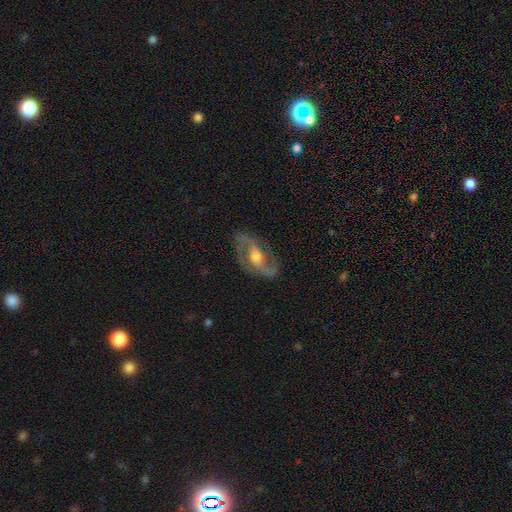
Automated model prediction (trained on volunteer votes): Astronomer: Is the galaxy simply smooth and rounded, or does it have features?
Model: featured or disk — 88%.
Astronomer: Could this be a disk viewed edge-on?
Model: no — 95%.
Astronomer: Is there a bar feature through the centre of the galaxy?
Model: weak — 43% (runner-up: no, 35%).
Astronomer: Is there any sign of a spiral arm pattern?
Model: yes — 95%.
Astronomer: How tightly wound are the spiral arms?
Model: medium — 47% (runner-up: loose, 43%).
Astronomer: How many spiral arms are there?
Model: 2 — 93%.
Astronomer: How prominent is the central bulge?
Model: moderate — 68%.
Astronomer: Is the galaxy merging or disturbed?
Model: none — 80%.